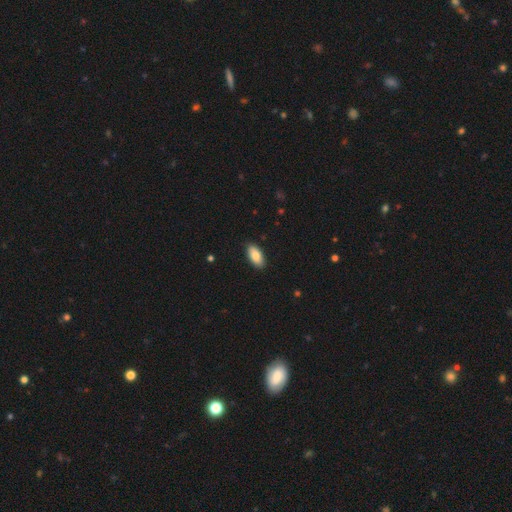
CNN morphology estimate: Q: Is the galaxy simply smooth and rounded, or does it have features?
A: smooth — 83%.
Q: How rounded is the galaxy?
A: in between — 92%.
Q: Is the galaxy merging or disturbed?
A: none — 89%.